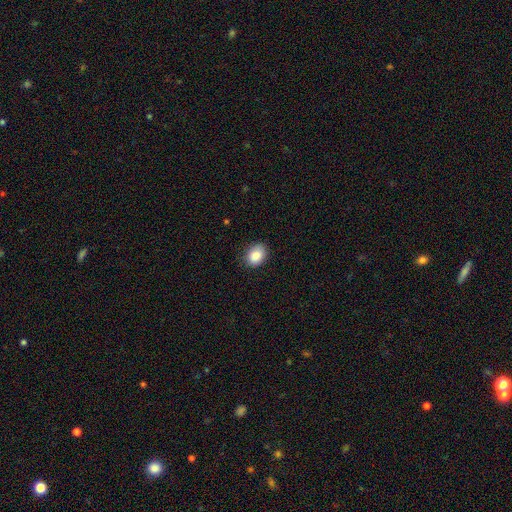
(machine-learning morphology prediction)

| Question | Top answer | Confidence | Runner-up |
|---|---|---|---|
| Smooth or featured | smooth | 87% | star or artifact (7%) |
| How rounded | in between | 71% | round (28%) |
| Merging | none | 82% | minor disturbance (14%) |